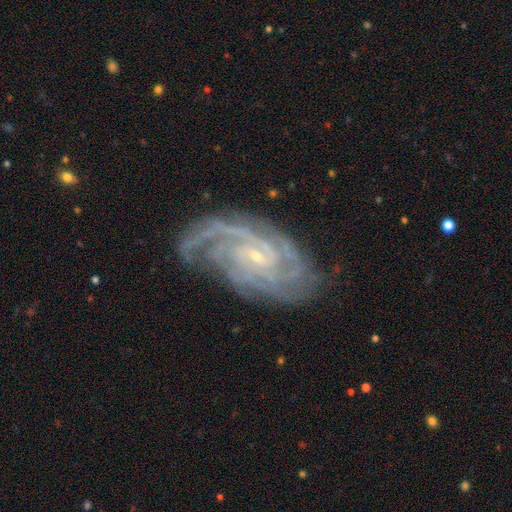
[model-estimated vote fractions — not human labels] Smooth or featured? Predicted: featured or disk (p=0.91). Edge-on disk? Predicted: no (p=0.96). Bar? Predicted: no (p=0.55). Spiral arms? Predicted: yes (p=0.98). Spiral winding? Predicted: tight (p=0.68). Spiral arm count? Predicted: 4 (p=0.26). Bulge size? Predicted: small (p=0.85). Merging? Predicted: none (p=0.76).